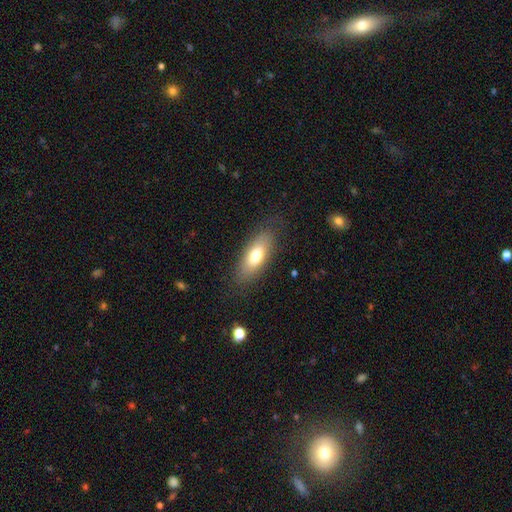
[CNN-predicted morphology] Smooth or featured? Predicted: smooth (p=0.72). How rounded? Predicted: in between (p=0.77). Merging? Predicted: none (p=0.82).